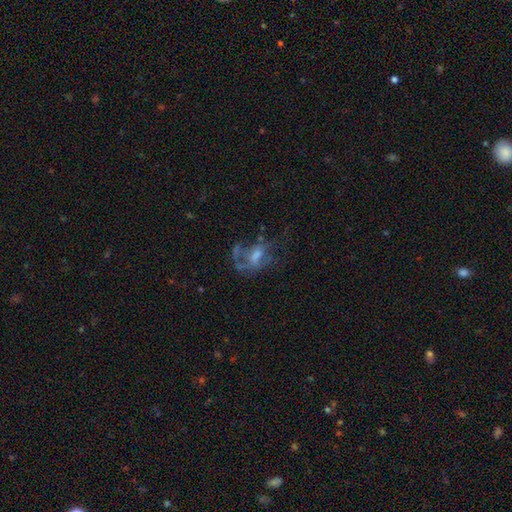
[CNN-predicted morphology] Q: Smooth or featured?
A: featured or disk (61%); runner-up: smooth (24%)
Q: Edge-on disk?
A: no (95%); runner-up: yes (5%)
Q: Bar?
A: no (64%); runner-up: weak (29%)
Q: Spiral arms?
A: no (56%); runner-up: yes (44%)
Q: Bulge size?
A: moderate (41%); runner-up: small (28%)
Q: Merging?
A: major disturbance (42%); runner-up: none (35%)